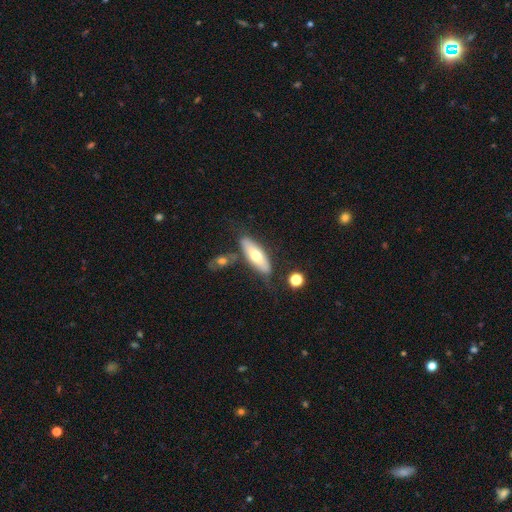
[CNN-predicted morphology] Smooth or featured? Predicted: smooth (p=0.59). How rounded? Predicted: in between (p=0.61). Merging? Predicted: none (p=0.68).